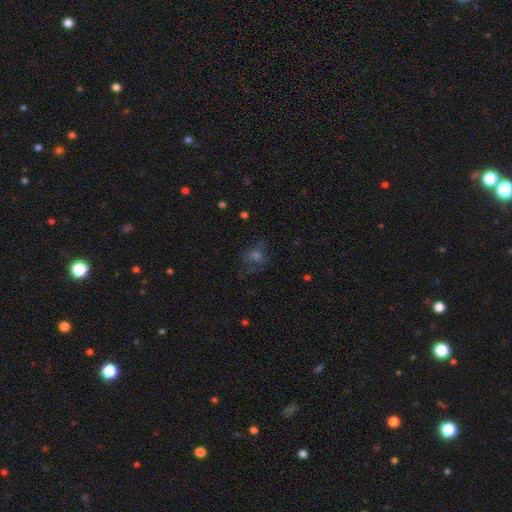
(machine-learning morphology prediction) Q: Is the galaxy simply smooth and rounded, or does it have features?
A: smooth — 39%.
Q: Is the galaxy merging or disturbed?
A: none — 56%.